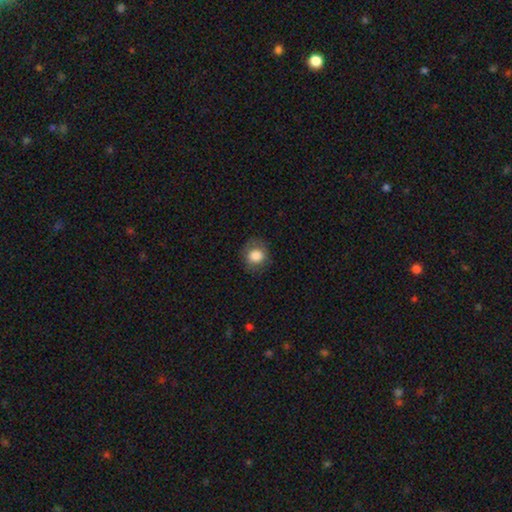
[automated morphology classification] Overall: smooth (81%). How rounded: round (78%). Merging: none (78%).